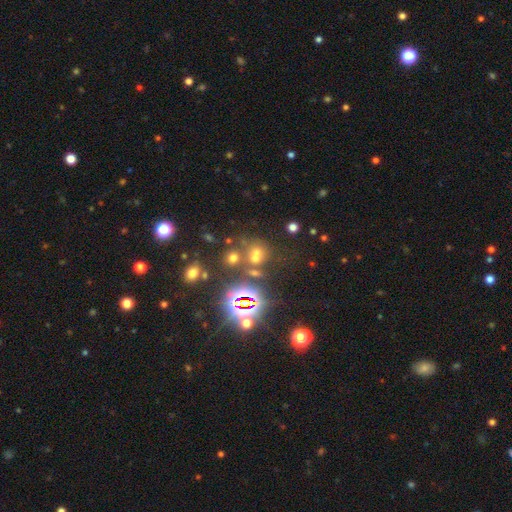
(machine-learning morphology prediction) Smooth or featured? smooth (44%, tied with star or artifact)
Merging? none (53%)